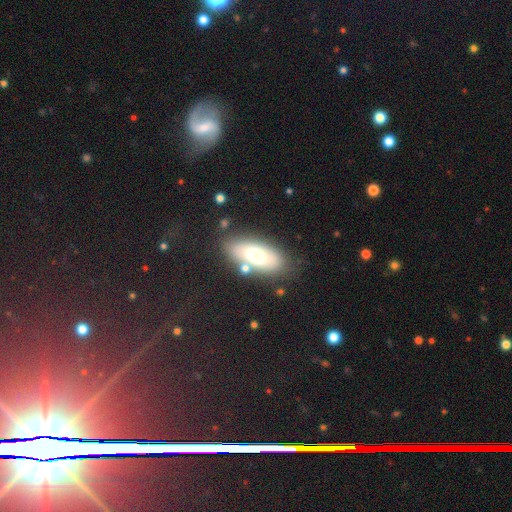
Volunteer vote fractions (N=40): This is likely a smooth galaxy (65%). How rounded: clearly in between (100%). Merging: likely none (79%).